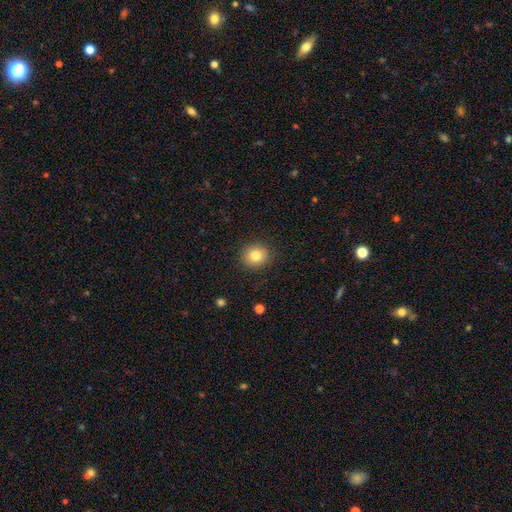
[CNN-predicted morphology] This appears to be a smooth galaxy with no disk features (82%) that is round (86%). Merging: none (90%).